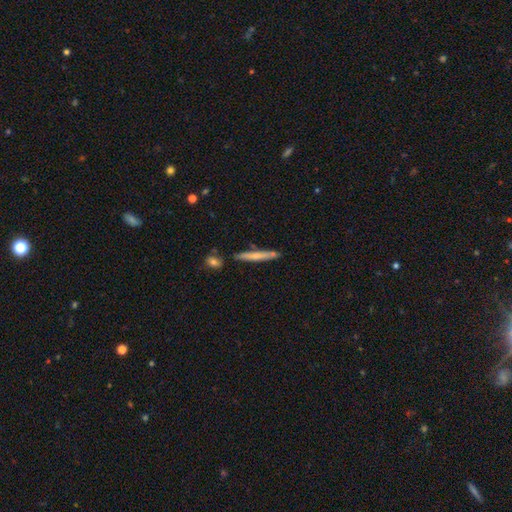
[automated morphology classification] The model was most divided on "smooth or featured": smooth: 64%, featured or disk: 31%, star or artifact: 6%. More confident: how rounded — cigar-shaped (95%); merging — none (81%).